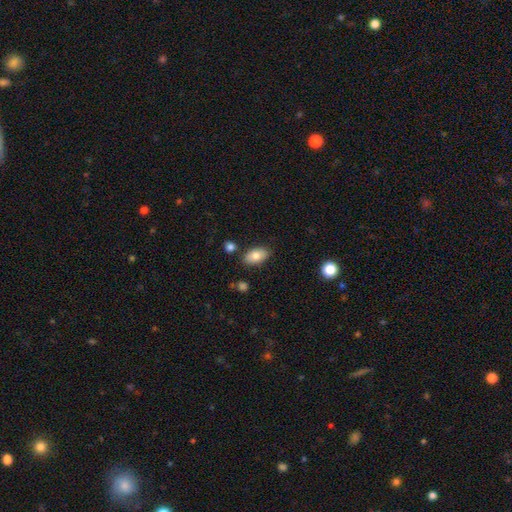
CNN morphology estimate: smooth 80%, featured or disk 12%, star or artifact 7%. Down the decision tree: how rounded — in between (93%); merging — none (81%).